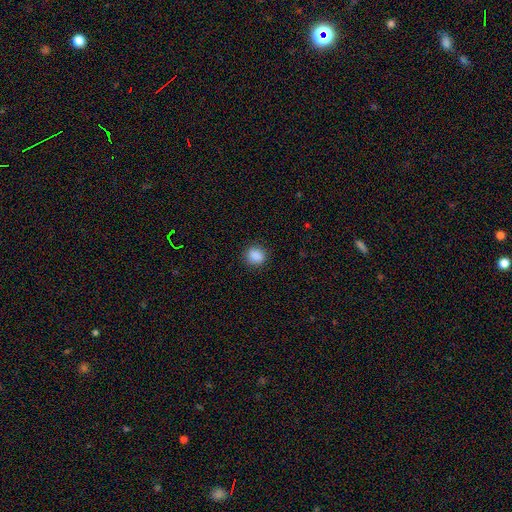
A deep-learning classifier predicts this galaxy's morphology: Q: Smooth or featured?
A: smooth (88%); runner-up: star or artifact (9%)
Q: How rounded?
A: round (75%); runner-up: in between (24%)
Q: Merging?
A: none (87%); runner-up: minor disturbance (9%)